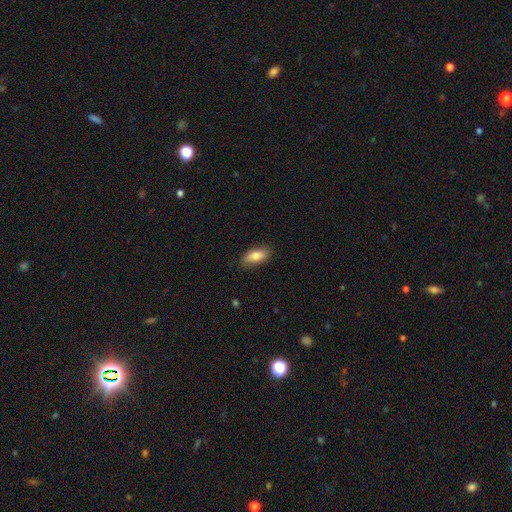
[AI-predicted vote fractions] Morphology: type=smooth (81%); roundness=in between (85%); merging=none (85%).